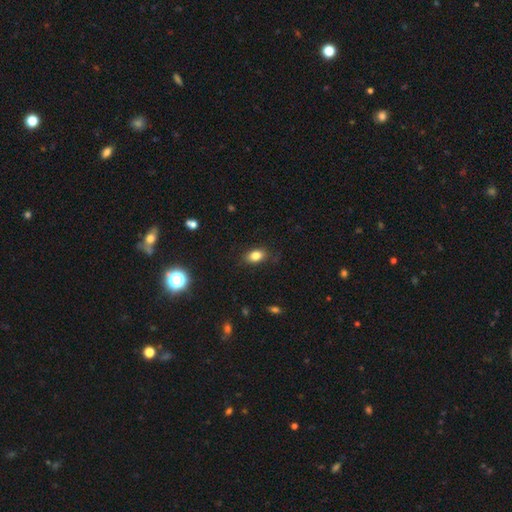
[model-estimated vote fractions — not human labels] Overall: smooth (82%). How rounded: in between (83%). Merging: none (84%).